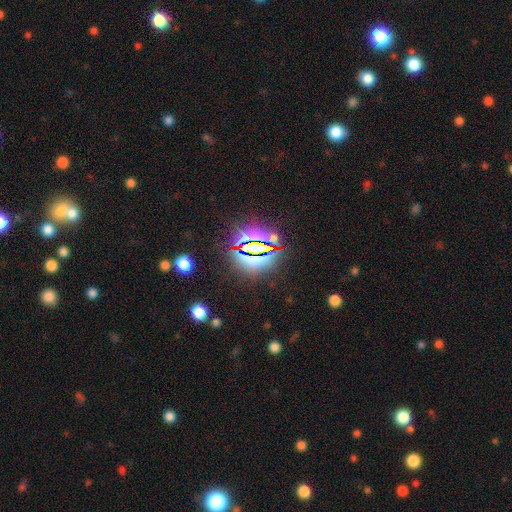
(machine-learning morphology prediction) A star or artifact, not a galaxy (80%).